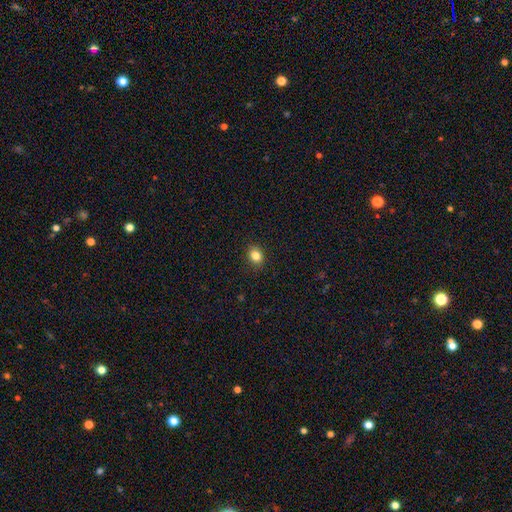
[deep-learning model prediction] Morphology: type=smooth (84%); roundness=round (51%); merging=none (89%).